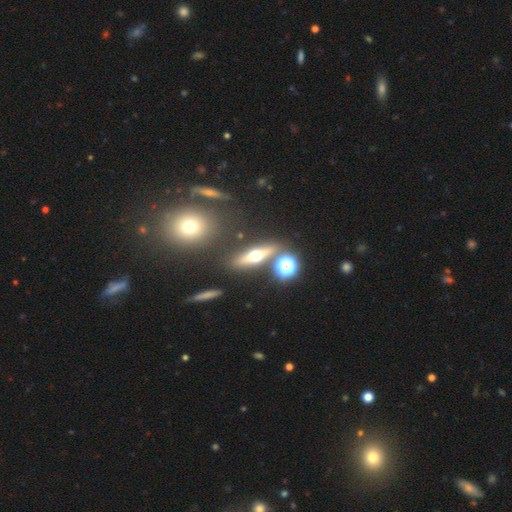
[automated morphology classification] Smooth or featured: featured or disk — 54% (smooth — 33%)
Edge-on disk: yes — 87% (no — 13%)
Merging: none — 79% (minor disturbance — 9%)